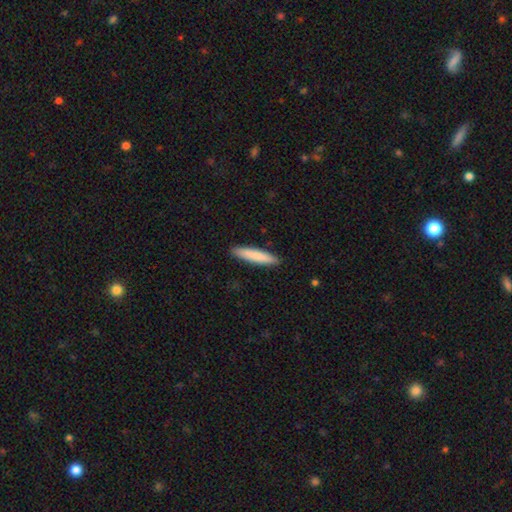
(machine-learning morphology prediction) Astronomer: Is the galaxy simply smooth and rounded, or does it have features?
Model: smooth — 83%.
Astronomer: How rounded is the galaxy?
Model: cigar-shaped — 90%.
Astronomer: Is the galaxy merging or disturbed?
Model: none — 91%.